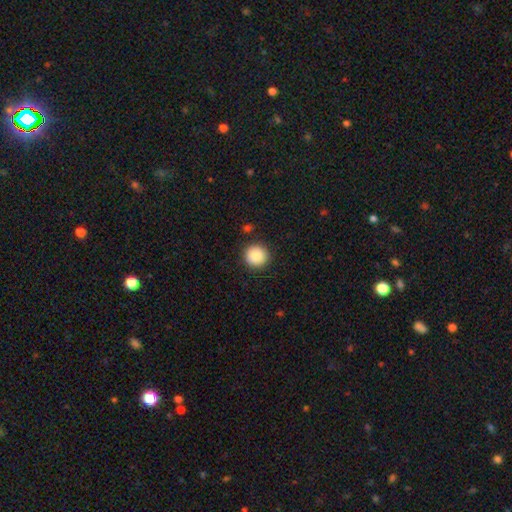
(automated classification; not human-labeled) Smooth or featured? smooth (88%)
How rounded? round (94%)
Merging? none (90%)